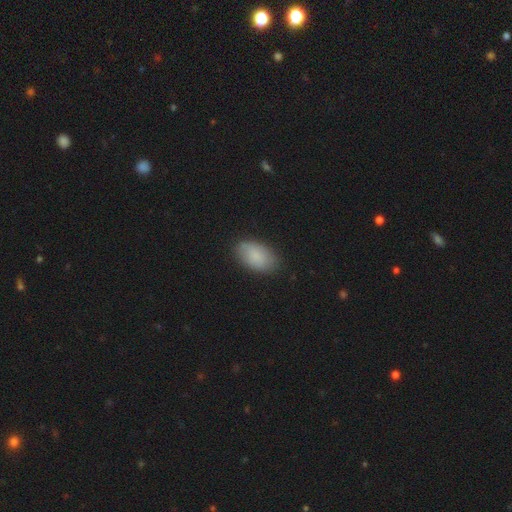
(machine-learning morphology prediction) This is clearly a smooth galaxy (85%). How rounded: clearly in between (93%). Merging: clearly none (81%).